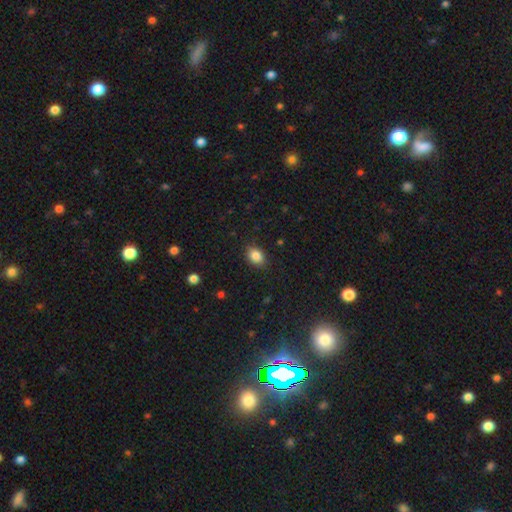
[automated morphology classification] A smooth galaxy with no disk features (86%) that is in between round and cigar-shaped (72%).

Vote fractions:
- Smooth or featured? smooth: 86% / star or artifact: 9% / featured or disk: 5%
- How rounded? in between: 72% / round: 27% / cigar-shaped: 1%
- Merging? none: 87% / minor disturbance: 10% / major disturbance: 2% / merger: 1%